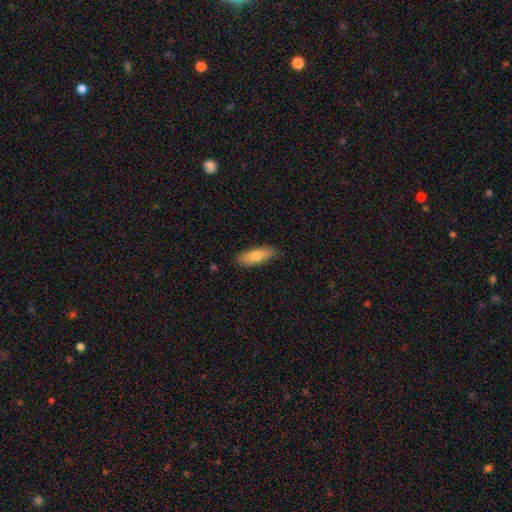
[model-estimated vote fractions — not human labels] smooth-or-featured: smooth: 74% | featured or disk: 20% | star or artifact: 6%
  how-rounded: in between: 56% | cigar-shaped: 42% | round: 2%
  merging: none: 86% | minor disturbance: 11% | major disturbance: 2% | merger: 1%